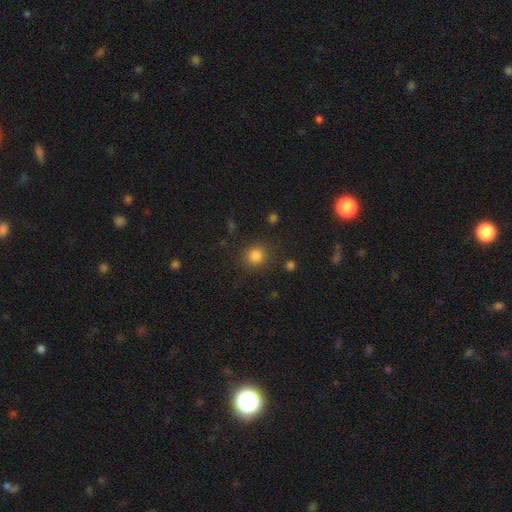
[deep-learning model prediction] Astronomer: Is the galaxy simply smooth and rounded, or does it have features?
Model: smooth — 82%.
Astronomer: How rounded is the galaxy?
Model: round — 89%.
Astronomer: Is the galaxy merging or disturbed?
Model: none — 86%.